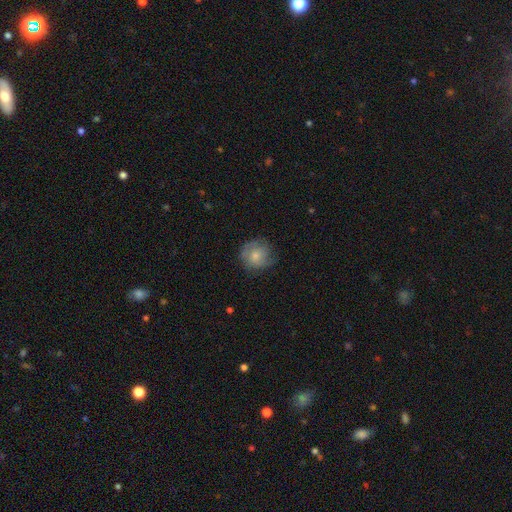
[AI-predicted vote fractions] The model was most divided on "smooth or featured": smooth: 62%, featured or disk: 30%, star or artifact: 8%. More confident: how rounded — round (87%); merging — none (67%).